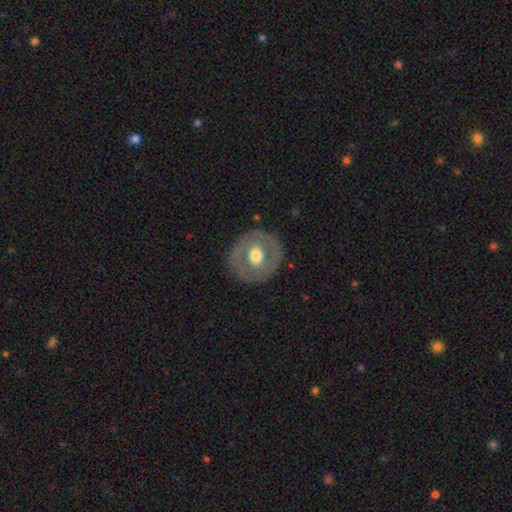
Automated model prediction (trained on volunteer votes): Smooth or featured? featured or disk (53%)
Edge-on disk? no (95%)
Bar? no (77%)
Spiral arms? no (88%)
Bulge size? moderate (64%)
Merging? none (82%)